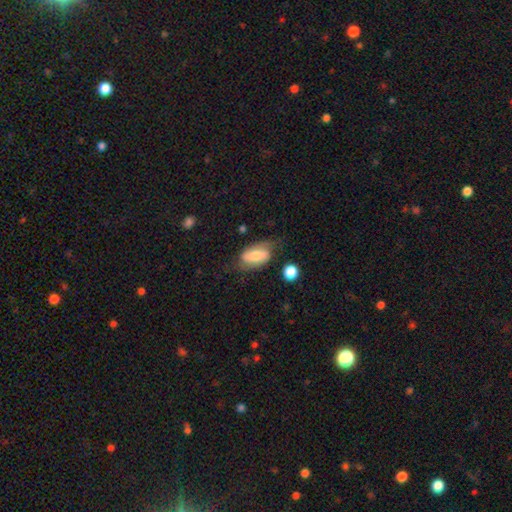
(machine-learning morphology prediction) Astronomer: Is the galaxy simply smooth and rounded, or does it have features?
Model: smooth — 48% (runner-up: featured or disk, 45%).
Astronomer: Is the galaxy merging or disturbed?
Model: none — 57%.